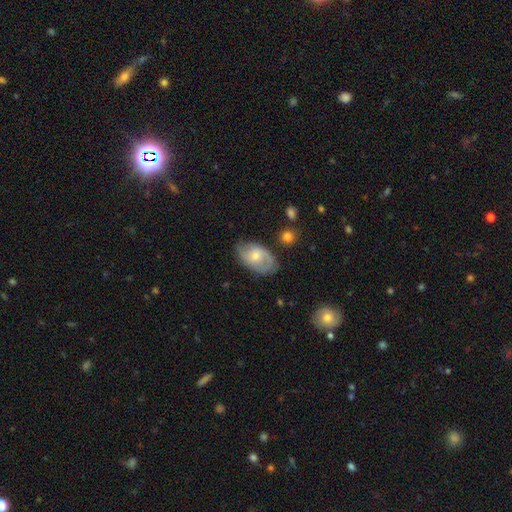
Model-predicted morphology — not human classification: Smooth or featured? featured or disk (56%)
Edge-on disk? no (95%)
Bar? no (67%)
Spiral arms? yes (80%)
Bulge size? small (51%)
Merging? none (70%)